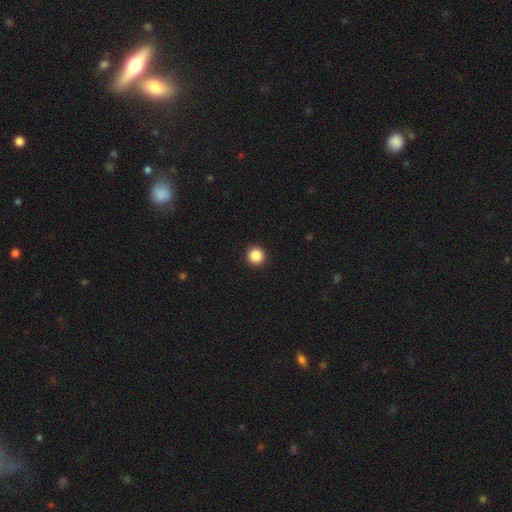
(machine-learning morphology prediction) Overall: smooth (87%). How rounded: round (95%). Merging: none (94%).